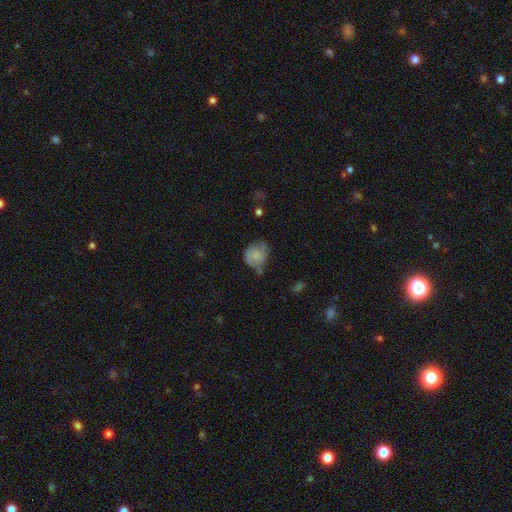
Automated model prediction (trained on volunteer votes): Smooth or featured: smooth — 58% (featured or disk — 33%)
How rounded: round — 61% (in between — 38%)
Merging: none — 42% (minor disturbance — 37%)